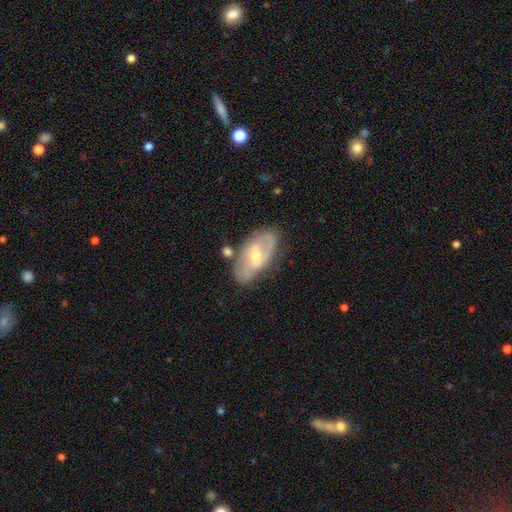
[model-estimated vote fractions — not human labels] smooth_or_featured: featured or disk (p=0.78) [alt: smooth p=0.16]
disk_edge_on: no (p=0.94) [alt: yes p=0.06]
bar: weak (p=0.52) [alt: no p=0.27]
has_spiral_arms: yes (p=0.90) [alt: no p=0.10]
spiral_winding: medium (p=0.47) [alt: tight p=0.33]
spiral_arm_count: 2 (p=0.73) [alt: can't tell p=0.15]
bulge_size: small (p=0.50) [alt: moderate p=0.47]
merging: none (p=0.70) [alt: minor disturbance p=0.19]